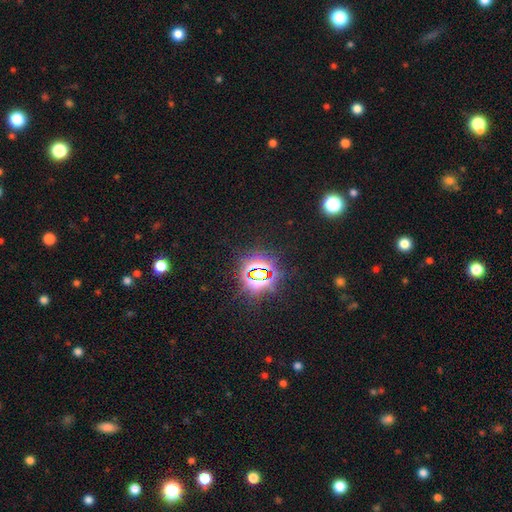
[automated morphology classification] smooth-or-featured: star or artifact: 68% | smooth: 26% | featured or disk: 6%